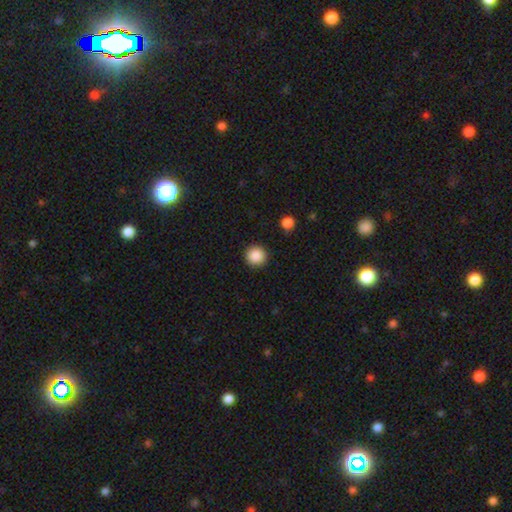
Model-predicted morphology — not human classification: This is clearly a smooth galaxy (88%). How rounded: clearly round (95%). Merging: clearly none (92%).